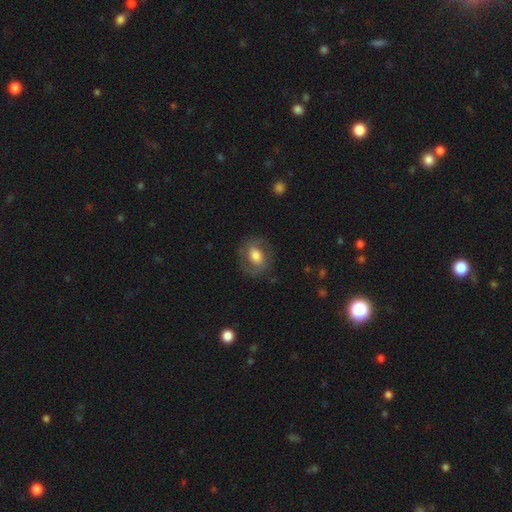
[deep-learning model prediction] Q: Smooth or featured?
A: smooth (48%); runner-up: featured or disk (44%)
Q: Merging?
A: none (75%); runner-up: minor disturbance (15%)